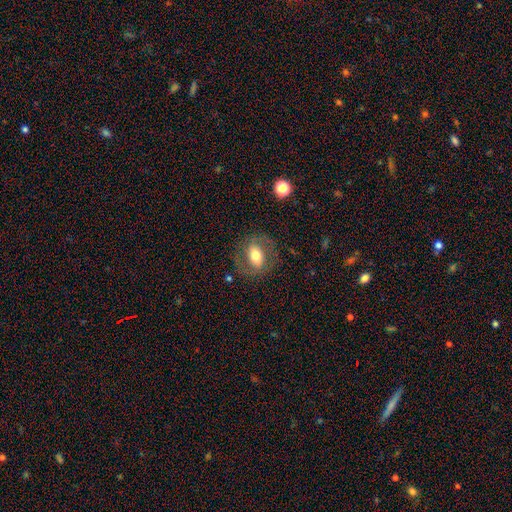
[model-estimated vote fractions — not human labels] Smooth or featured? featured or disk (48%)
Merging? none (76%)